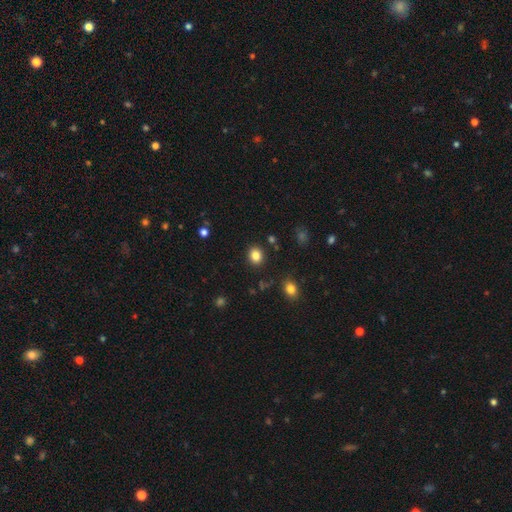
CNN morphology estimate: A smooth galaxy with no disk features (84%) that is round (67%). Merging: none (88%).